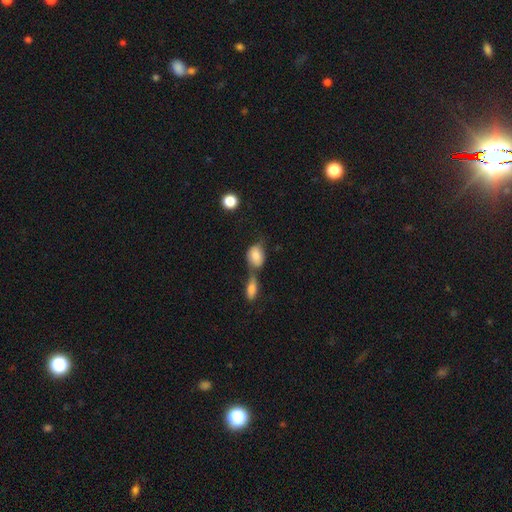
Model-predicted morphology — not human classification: Q: Smooth or featured?
A: smooth (81%); runner-up: featured or disk (11%)
Q: How rounded?
A: in between (72%); runner-up: round (26%)
Q: Merging?
A: merger (43%); runner-up: none (34%)